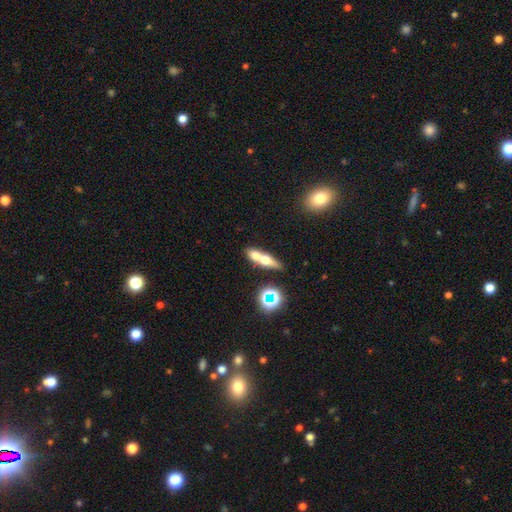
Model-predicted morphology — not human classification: smooth 51%, featured or disk 37%, star or artifact 13%. Down the decision tree: how rounded — in between (43%); merging — merger (56%).